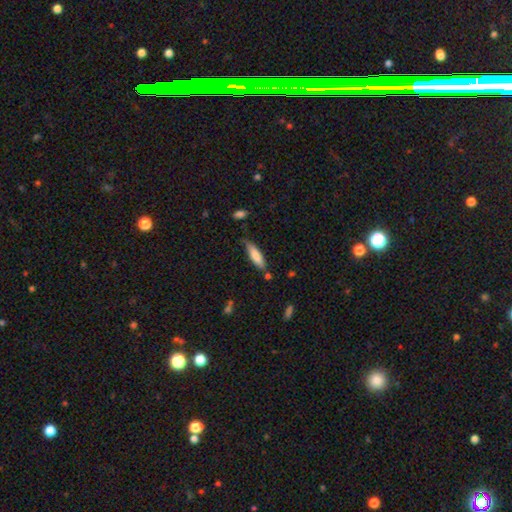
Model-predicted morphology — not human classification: This appears to be a smooth galaxy with no disk features (77%) that is cigar-shaped (67%). Merging: none (65%).